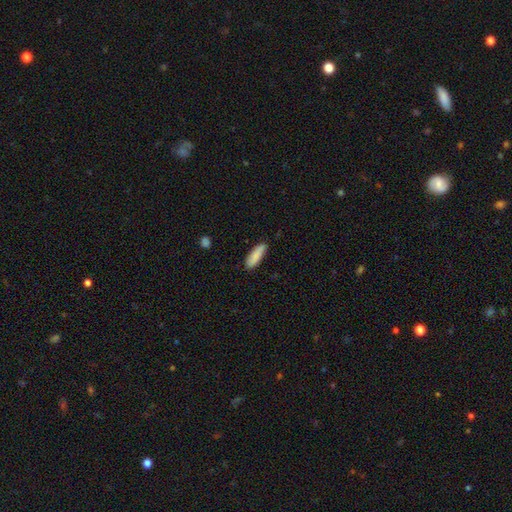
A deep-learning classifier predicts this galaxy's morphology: Overall: smooth (85%). How rounded: in between (50%; cigar-shaped 49%). Merging: none (82%).